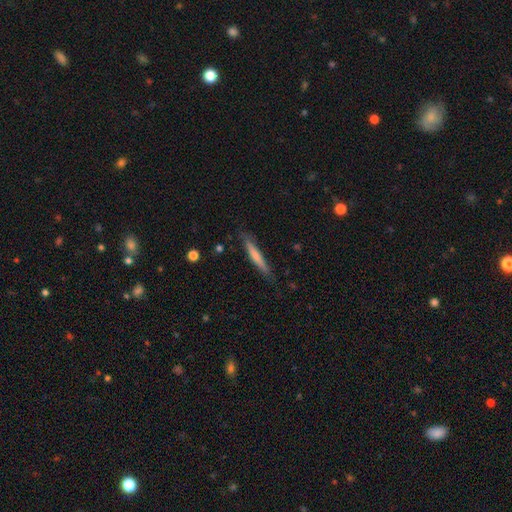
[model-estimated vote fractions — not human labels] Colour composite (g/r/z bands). It shows a smooth galaxy with no disk features (64%) that is cigar-shaped (95%). Merging: none (84%).